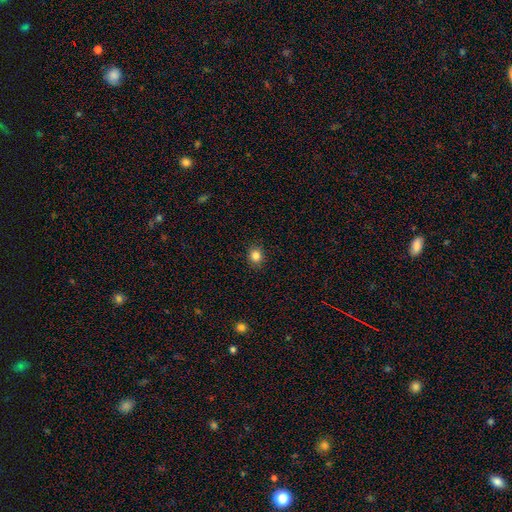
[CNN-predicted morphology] Smooth or featured? Predicted: smooth (p=0.84). How rounded? Predicted: round (p=0.73). Merging? Predicted: none (p=0.90).